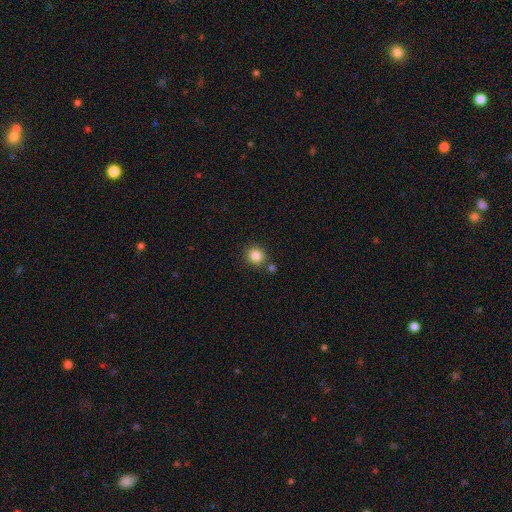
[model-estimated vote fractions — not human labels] smooth-or-featured: smooth: 85% | star or artifact: 11% | featured or disk: 5%
  how-rounded: round: 90% | in between: 9% | cigar-shaped: 1%
  merging: none: 79% | merger: 10% | minor disturbance: 9% | major disturbance: 2%